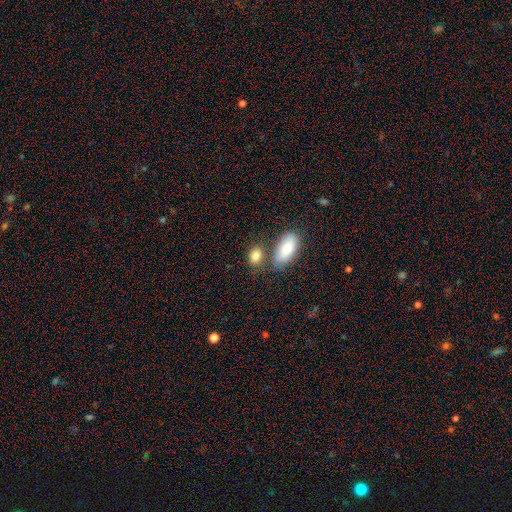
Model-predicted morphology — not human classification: Overall: smooth (84%). How rounded: in between (74%). Merging: none (60%; merger 23%).